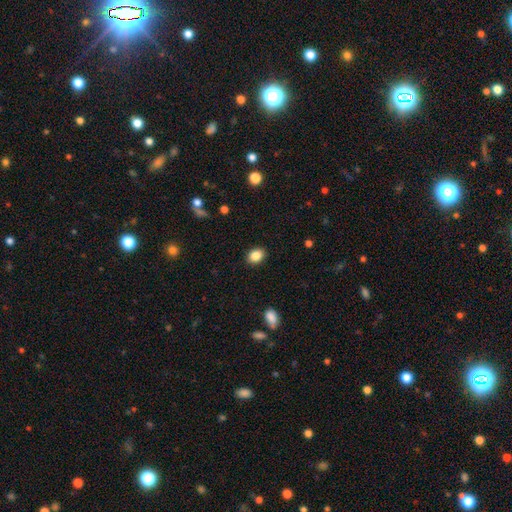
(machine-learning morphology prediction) This appears to be a smooth galaxy with no disk features (86%) that is in between round and cigar-shaped (61%). Merging: none (89%).